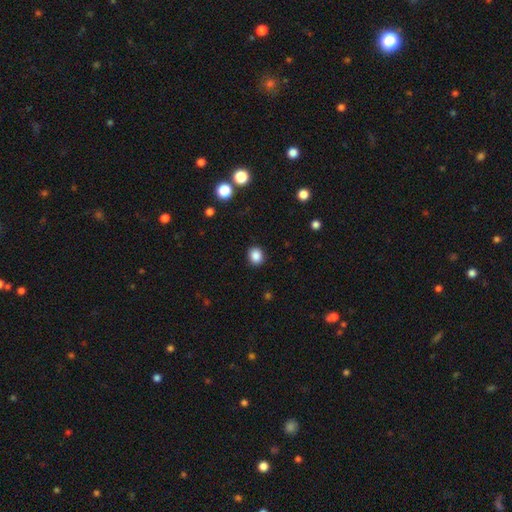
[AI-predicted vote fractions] This is clearly a smooth galaxy (87%). How rounded: likely round (70%). Merging: clearly none (90%).